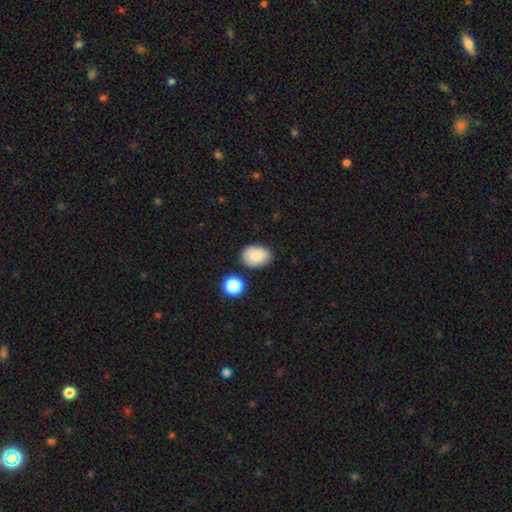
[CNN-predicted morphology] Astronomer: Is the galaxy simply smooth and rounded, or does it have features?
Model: smooth — 84%.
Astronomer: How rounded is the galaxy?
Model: in between — 73%.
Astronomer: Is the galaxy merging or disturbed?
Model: none — 81%.